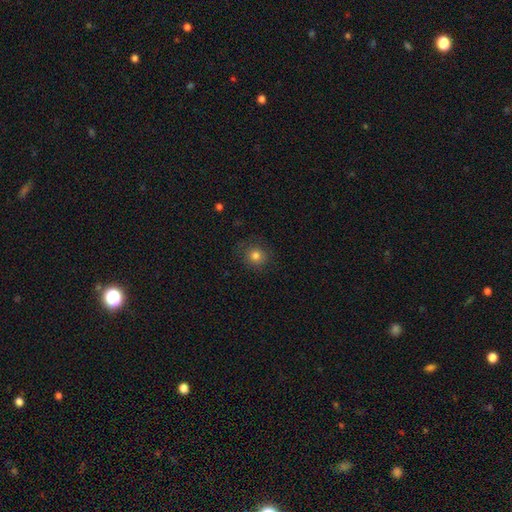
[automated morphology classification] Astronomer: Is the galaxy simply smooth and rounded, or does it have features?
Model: smooth — 80%.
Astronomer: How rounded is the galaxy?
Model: round — 88%.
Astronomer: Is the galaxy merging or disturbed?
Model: none — 85%.